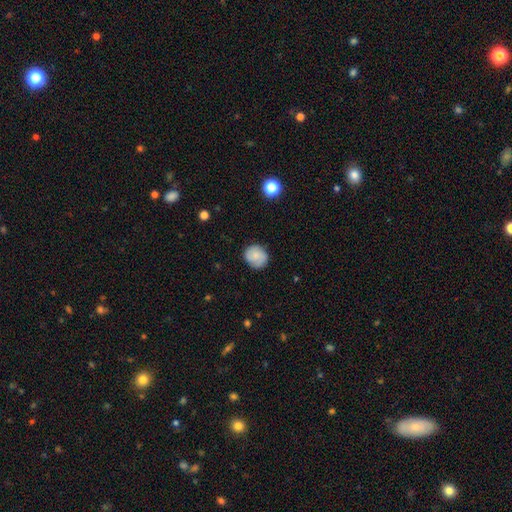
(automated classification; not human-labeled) smooth 75%, featured or disk 18%, star or artifact 8%. Down the decision tree: how rounded — round (77%); merging — none (83%).